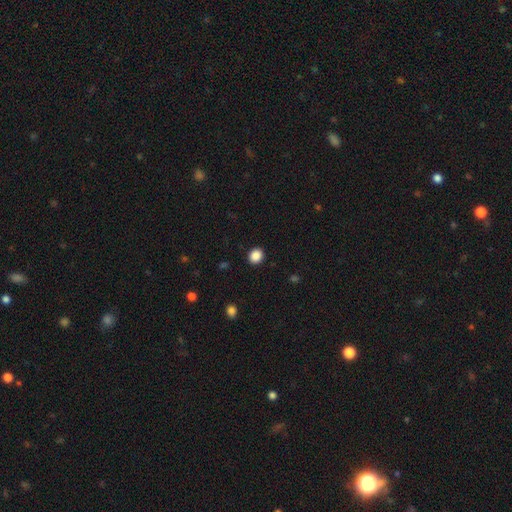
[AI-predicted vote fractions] Morphology: type=smooth (88%); roundness=round (70%); merging=none (91%).